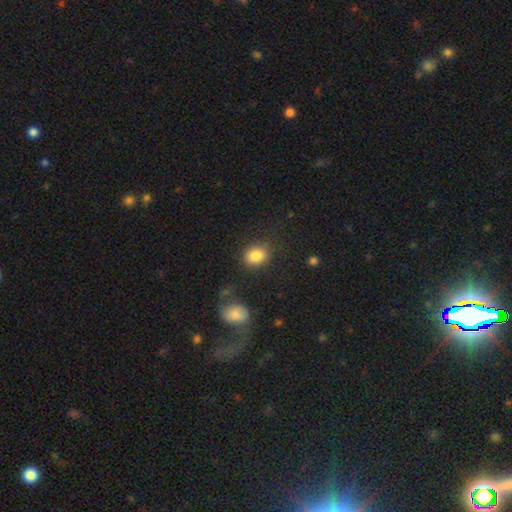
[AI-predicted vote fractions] The model was most divided on "how rounded": round: 50%, in between: 49%, cigar-shaped: 1%. More confident: smooth or featured — smooth (85%); merging — none (78%).